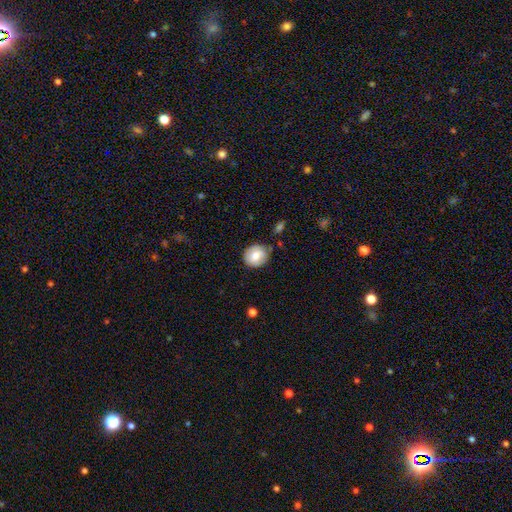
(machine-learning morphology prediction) This is likely a smooth galaxy (76%). How rounded: clearly round (82%). Merging: likely none (78%).